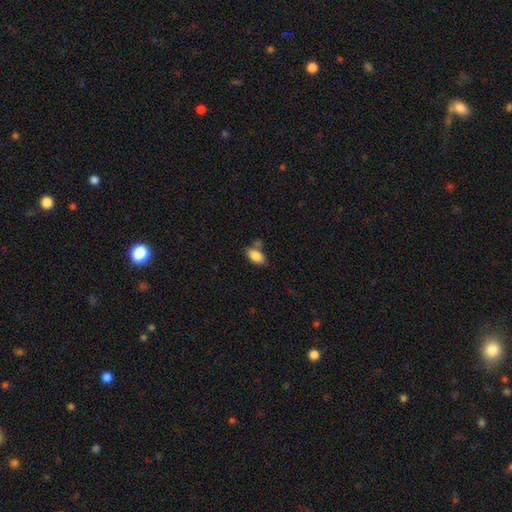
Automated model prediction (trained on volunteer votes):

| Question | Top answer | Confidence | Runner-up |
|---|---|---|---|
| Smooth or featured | smooth | 86% | star or artifact (8%) |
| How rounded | in between | 92% | round (5%) |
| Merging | none | 63% | minor disturbance (18%) |